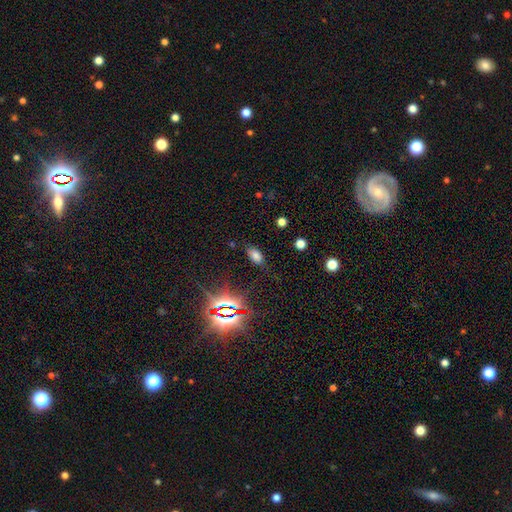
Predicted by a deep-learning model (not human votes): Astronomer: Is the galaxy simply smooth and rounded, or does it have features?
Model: smooth — 67%.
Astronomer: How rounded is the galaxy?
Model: in between — 90%.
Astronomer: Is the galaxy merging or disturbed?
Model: none — 79%.